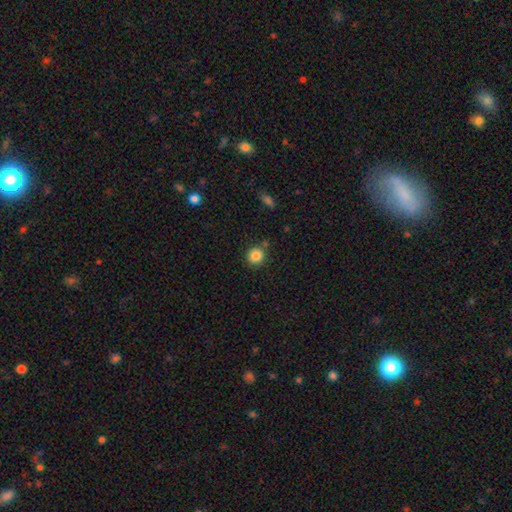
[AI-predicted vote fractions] Smooth or featured: smooth — 85% (star or artifact — 10%)
How rounded: round — 91% (in between — 8%)
Merging: none — 84% (minor disturbance — 8%)